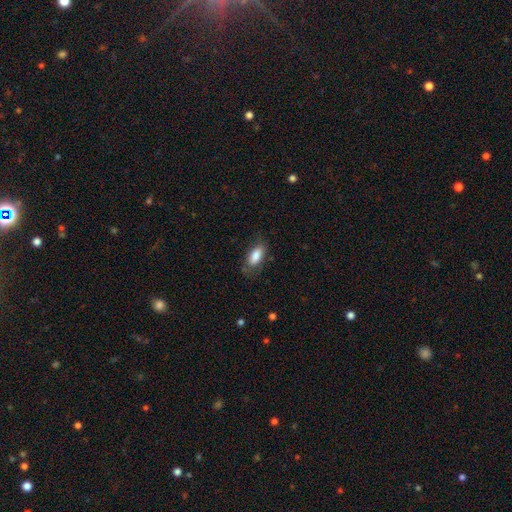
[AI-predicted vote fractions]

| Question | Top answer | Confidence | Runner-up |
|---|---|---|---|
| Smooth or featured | smooth | 83% | featured or disk (10%) |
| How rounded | in between | 86% | cigar-shaped (11%) |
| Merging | none | 72% | minor disturbance (20%) |